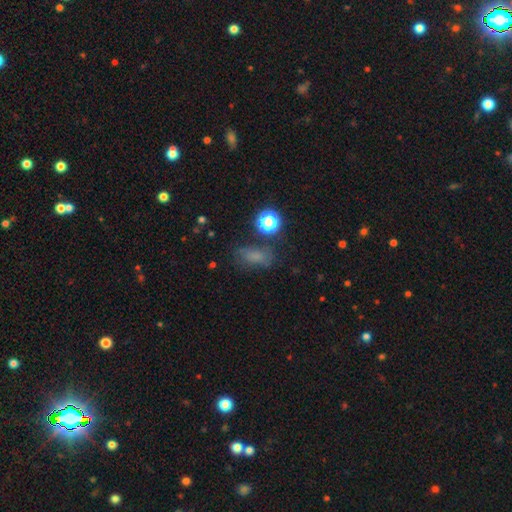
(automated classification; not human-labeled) smooth-or-featured: smooth: 57% | star or artifact: 26% | featured or disk: 16%
  how-rounded: in between: 71% | round: 23% | cigar-shaped: 6%
  merging: none: 61% | minor disturbance: 21% | major disturbance: 11% | merger: 6%